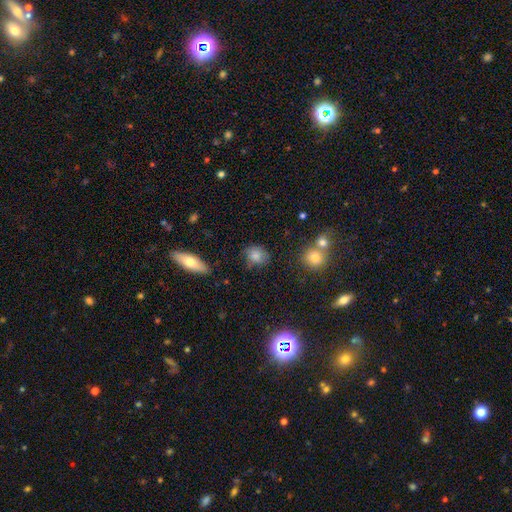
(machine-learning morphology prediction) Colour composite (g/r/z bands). It shows a smooth galaxy with no disk features (82%) that is round (54%). Merging: none (70%).